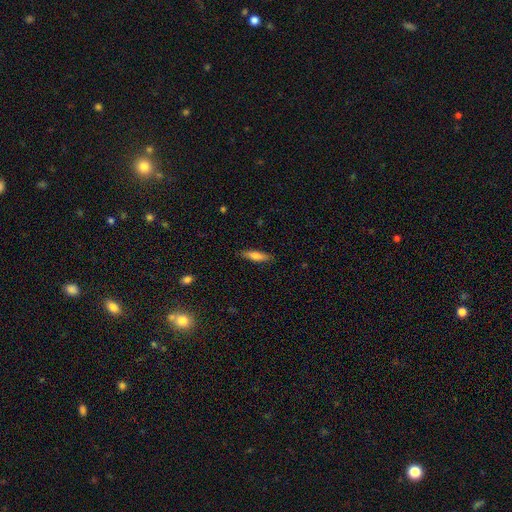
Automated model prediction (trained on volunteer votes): smooth_or_featured: smooth (p=0.67) [alt: featured or disk p=0.27]
how_rounded: cigar-shaped (p=0.69) [alt: in between p=0.29]
merging: none (p=0.87) [alt: minor disturbance p=0.10]